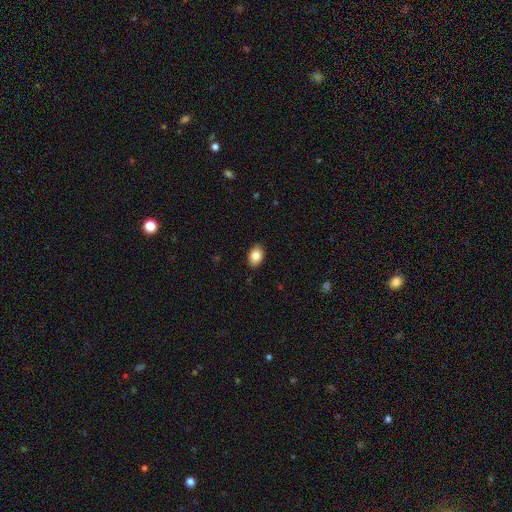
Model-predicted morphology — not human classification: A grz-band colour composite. It shows a smooth galaxy with no disk features (86%) that is in between round and cigar-shaped (83%). Merging: none (89%).